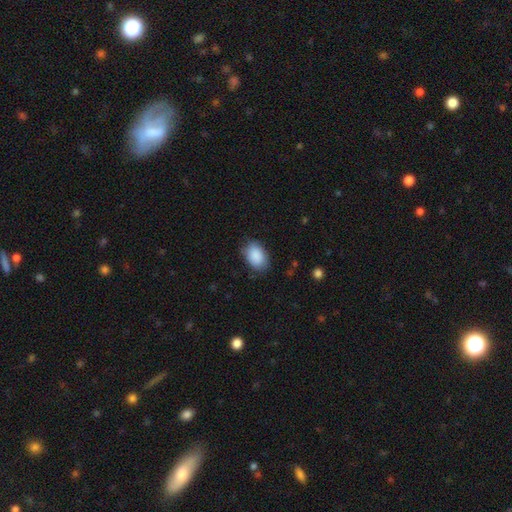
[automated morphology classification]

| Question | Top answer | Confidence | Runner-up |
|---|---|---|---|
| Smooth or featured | smooth | 89% | star or artifact (7%) |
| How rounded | in between | 85% | round (14%) |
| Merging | none | 78% | minor disturbance (17%) |